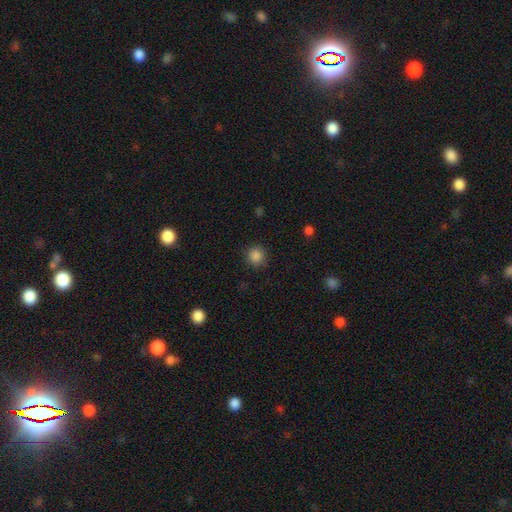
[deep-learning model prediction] smooth-or-featured: smooth: 86% | star or artifact: 11% | featured or disk: 3%
  how-rounded: round: 92% | in between: 7% | cigar-shaped: 1%
  merging: none: 89% | minor disturbance: 8% | major disturbance: 3% | merger: 1%